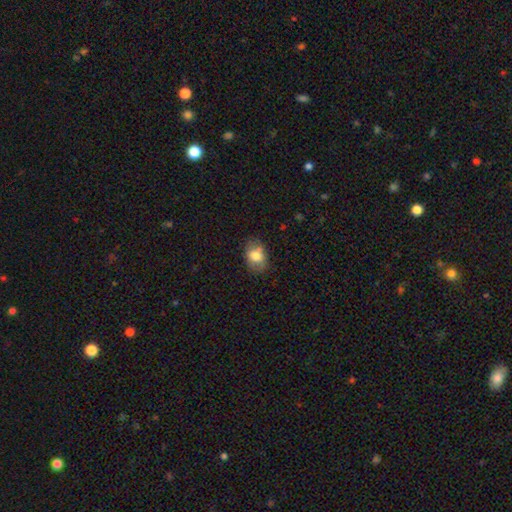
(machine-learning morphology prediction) Q: Smooth or featured?
A: smooth (74%); runner-up: featured or disk (17%)
Q: How rounded?
A: in between (77%); runner-up: round (22%)
Q: Merging?
A: none (72%); runner-up: minor disturbance (20%)